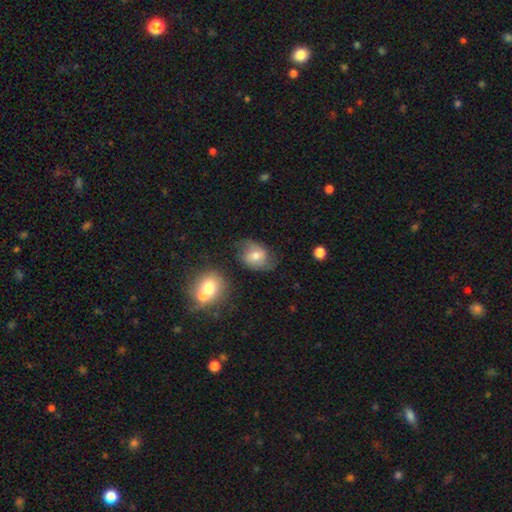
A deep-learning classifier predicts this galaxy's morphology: type=featured or disk (47%); merging=none (63%).